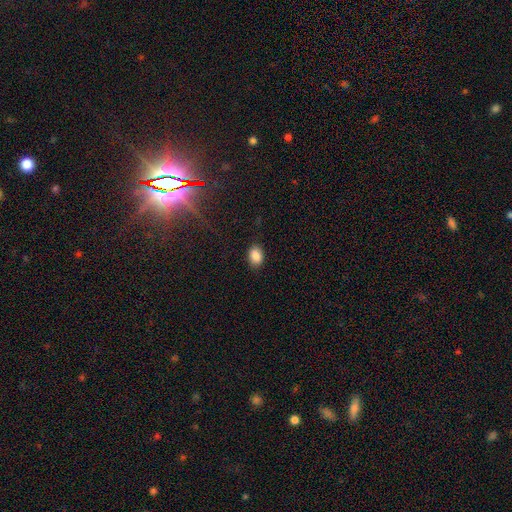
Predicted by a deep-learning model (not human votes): smooth 87%, star or artifact 9%, featured or disk 4%. Down the decision tree: how rounded — in between (76%); merging — none (85%).